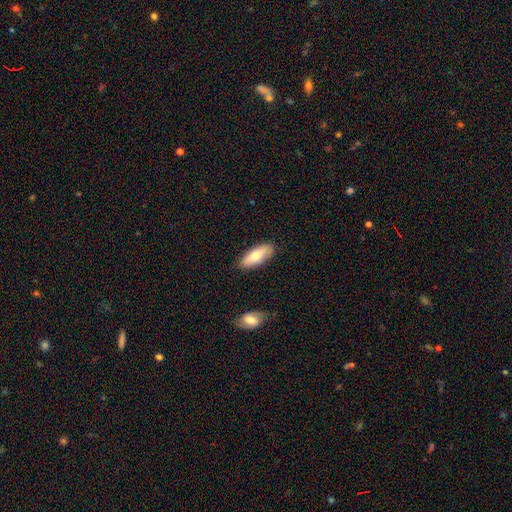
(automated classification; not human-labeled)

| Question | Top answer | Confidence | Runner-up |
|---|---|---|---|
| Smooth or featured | smooth | 72% | featured or disk (22%) |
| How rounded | in between | 74% | cigar-shaped (24%) |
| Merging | none | 85% | minor disturbance (11%) |